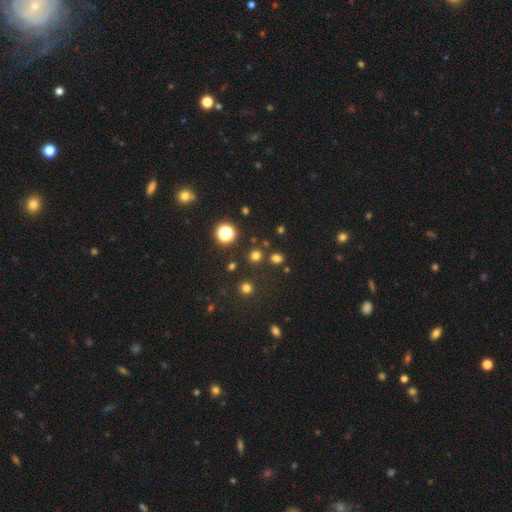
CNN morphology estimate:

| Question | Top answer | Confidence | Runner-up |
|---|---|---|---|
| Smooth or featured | smooth | 70% | star or artifact (25%) |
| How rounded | round | 87% | in between (12%) |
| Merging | none | 83% | merger (7%) |